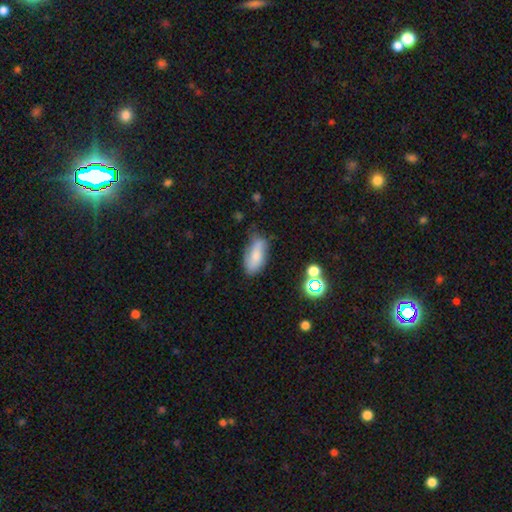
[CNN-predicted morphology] A smooth galaxy with no disk features (68%) that is in between round and cigar-shaped (86%).

Vote fractions:
- Smooth or featured? smooth: 68% / featured or disk: 22% / star or artifact: 10%
- How rounded? in between: 86% / cigar-shaped: 11% / round: 3%
- Merging? none: 58% / minor disturbance: 30% / major disturbance: 8% / merger: 4%